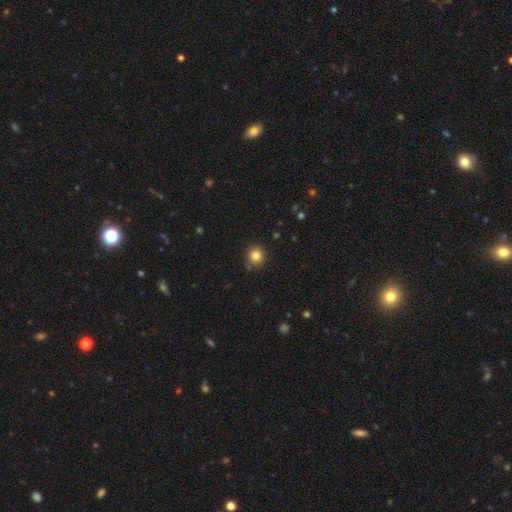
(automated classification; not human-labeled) Smooth or featured?
  - smooth: 83% *
  - star or artifact: 12%
  - featured or disk: 5%
How rounded?
  - round: 90% *
  - in between: 9%
  - cigar-shaped: 1%
Merging?
  - none: 87% *
  - minor disturbance: 8%
  - merger: 3%
  - major disturbance: 2%